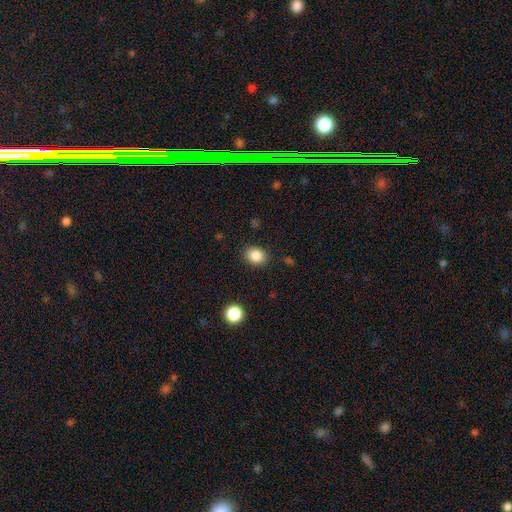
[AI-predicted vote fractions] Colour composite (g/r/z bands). It shows a smooth galaxy with no disk features (86%) that is in between round and cigar-shaped (50%). Merging: none (87%).